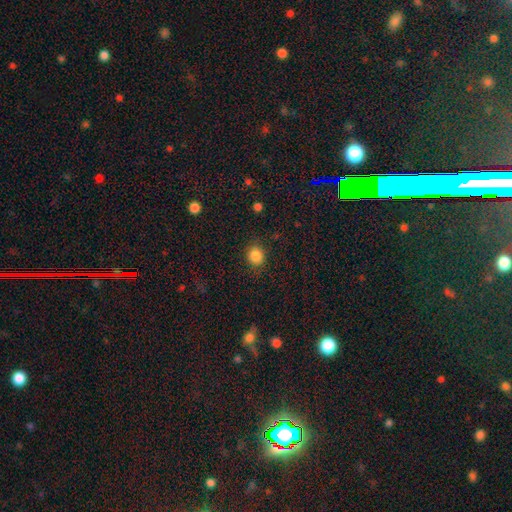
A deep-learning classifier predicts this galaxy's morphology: A smooth galaxy with no disk features (86%) that is round (79%).

Vote fractions:
- Smooth or featured? smooth: 86% / star or artifact: 10% / featured or disk: 4%
- How rounded? round: 79% / in between: 20% / cigar-shaped: 1%
- Merging? none: 86% / minor disturbance: 10% / major disturbance: 3% / merger: 1%